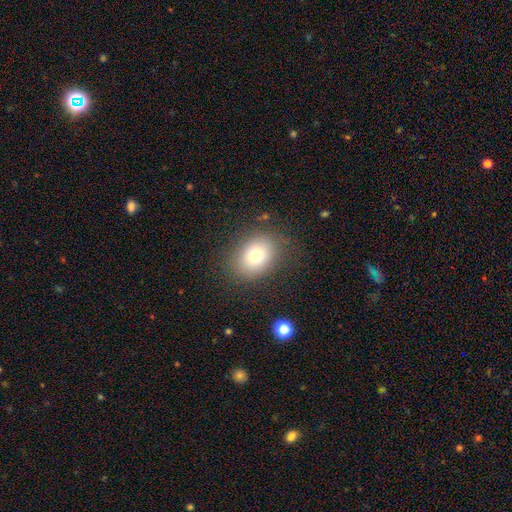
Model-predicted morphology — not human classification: This is likely a smooth galaxy (74%). How rounded: possibly in between (54%). Merging: clearly none (82%).